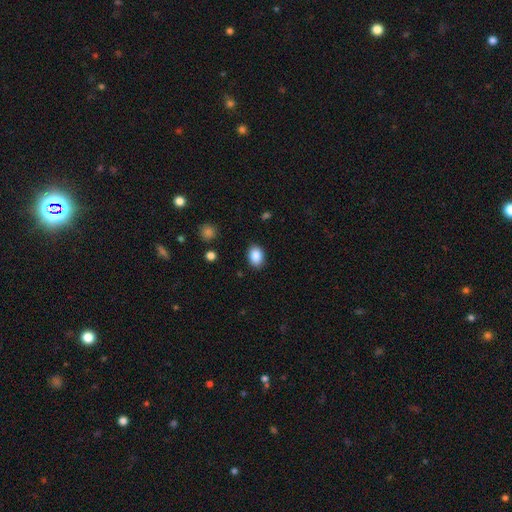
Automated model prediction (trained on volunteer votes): Morphology: type=smooth (86%); roundness=in between (76%); merging=none (87%).